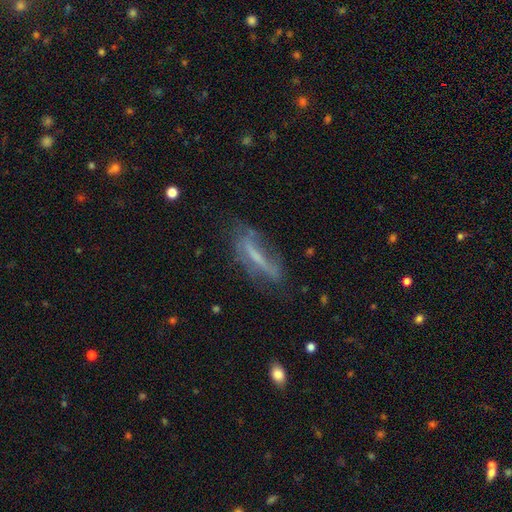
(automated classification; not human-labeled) Q: Smooth or featured?
A: featured or disk (58%); runner-up: smooth (32%)
Q: Edge-on disk?
A: no (55%); runner-up: yes (45%)
Q: Merging?
A: none (56%); runner-up: minor disturbance (25%)